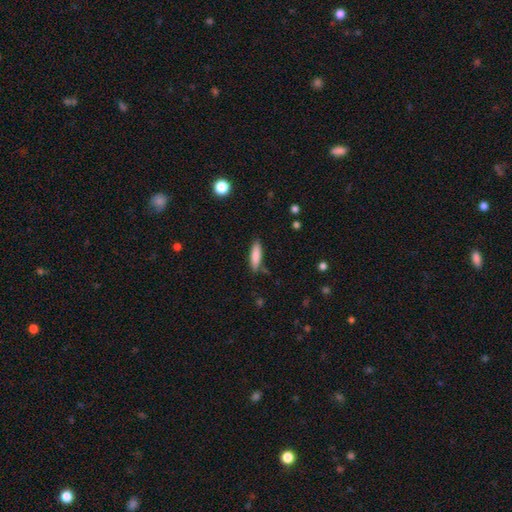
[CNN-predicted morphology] Smooth or featured: smooth — 84% (featured or disk — 10%)
How rounded: cigar-shaped — 67% (in between — 32%)
Merging: none — 83% (minor disturbance — 12%)